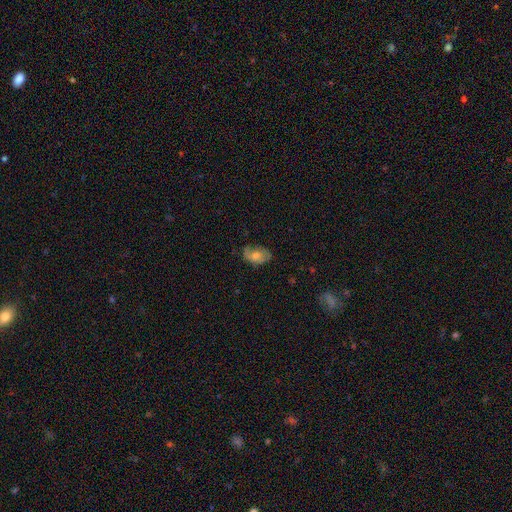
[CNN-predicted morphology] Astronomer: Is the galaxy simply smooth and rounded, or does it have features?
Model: smooth — 48% (runner-up: featured or disk, 43%).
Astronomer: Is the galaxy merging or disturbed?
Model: none — 61%.